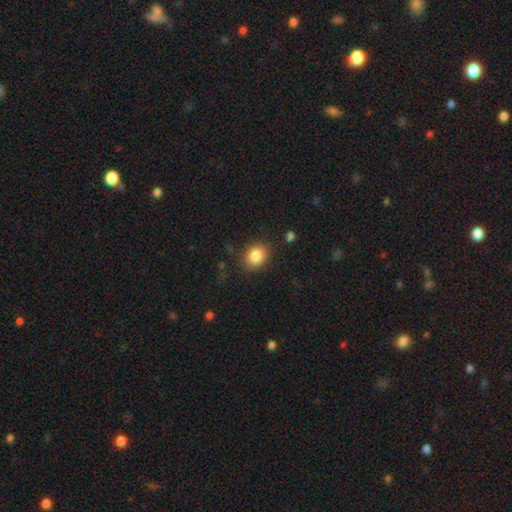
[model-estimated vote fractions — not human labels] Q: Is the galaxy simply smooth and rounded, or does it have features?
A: smooth — 85%.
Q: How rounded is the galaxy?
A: round — 55%.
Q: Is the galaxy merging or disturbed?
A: none — 85%.